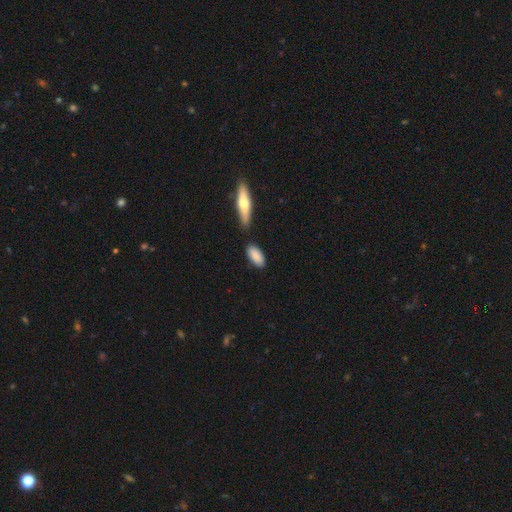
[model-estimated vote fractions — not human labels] This is clearly a smooth galaxy (86%). How rounded: clearly in between (86%). Merging: likely none (76%).